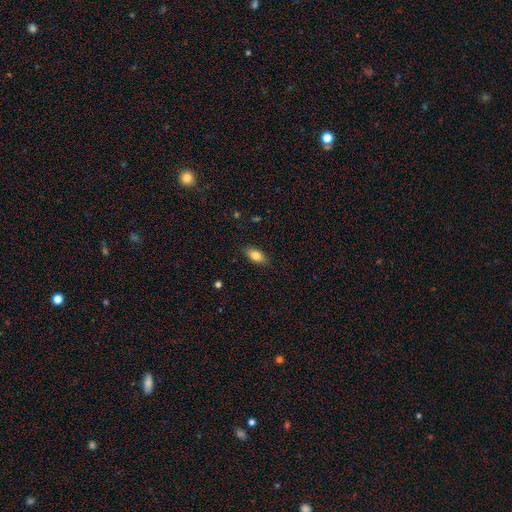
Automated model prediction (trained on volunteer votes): Overall: smooth (82%). How rounded: in between (90%). Merging: none (86%).